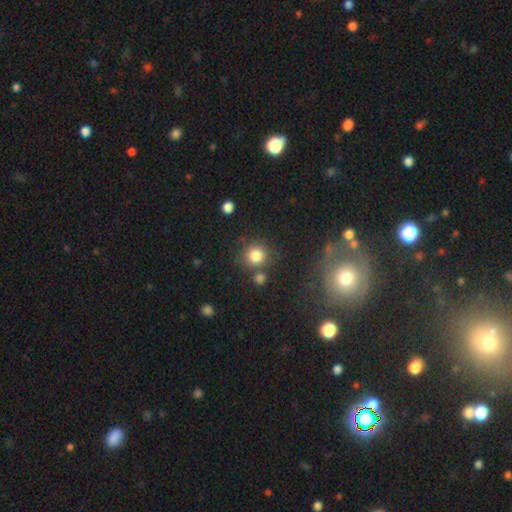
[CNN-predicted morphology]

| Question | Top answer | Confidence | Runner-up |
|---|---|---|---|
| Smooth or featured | smooth | 83% | star or artifact (12%) |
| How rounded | round | 90% | in between (9%) |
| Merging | none | 73% | merger (13%) |